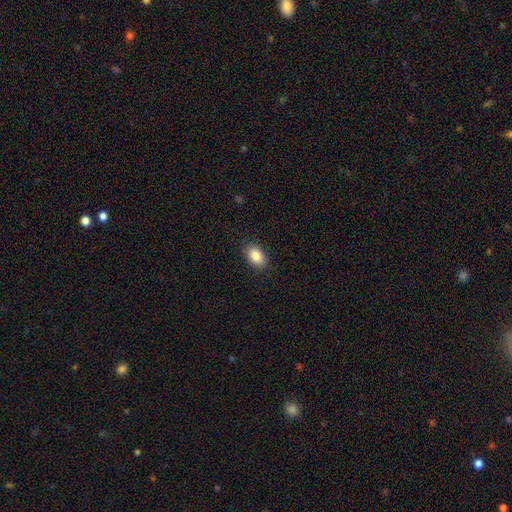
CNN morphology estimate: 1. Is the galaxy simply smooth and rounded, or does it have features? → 87% smooth, 8% star or artifact, 5% featured or disk.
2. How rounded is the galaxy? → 89% in between, 10% round, 1% cigar-shaped.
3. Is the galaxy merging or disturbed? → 88% none, 9% minor disturbance, 2% major disturbance, 1% merger.